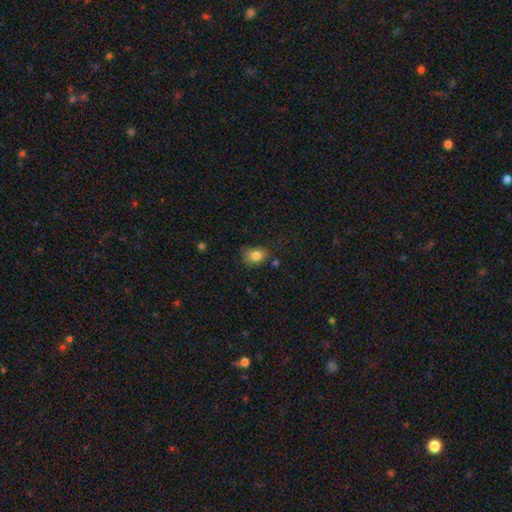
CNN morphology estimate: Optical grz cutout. It shows a smooth galaxy with no disk features (82%) that is in between round and cigar-shaped (66%). Merging: none (64%).